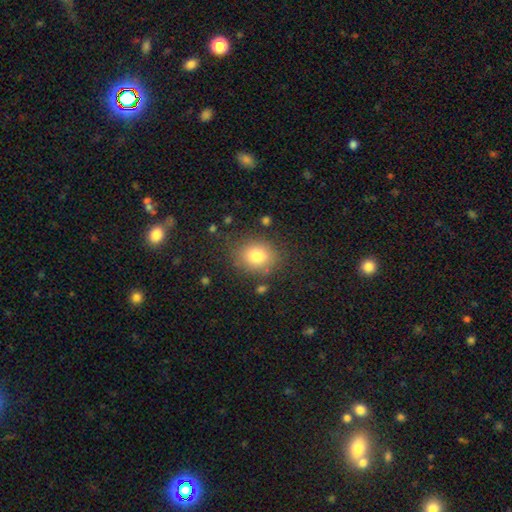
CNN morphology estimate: Smooth or featured? Predicted: smooth (p=0.80). How rounded? Predicted: round (p=0.67). Merging? Predicted: none (p=0.80).